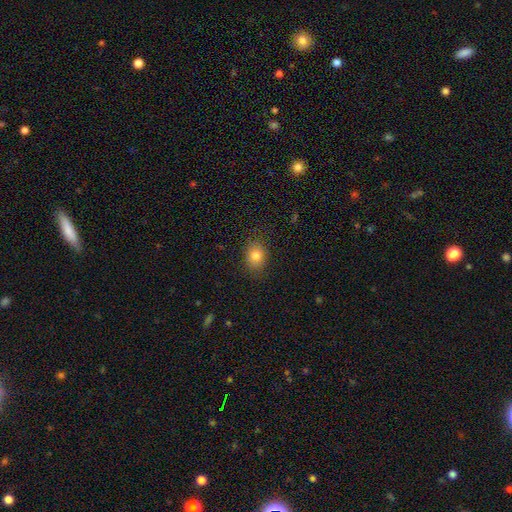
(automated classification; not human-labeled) Smooth or featured? smooth (81%)
How rounded? in between (61%)
Merging? none (84%)